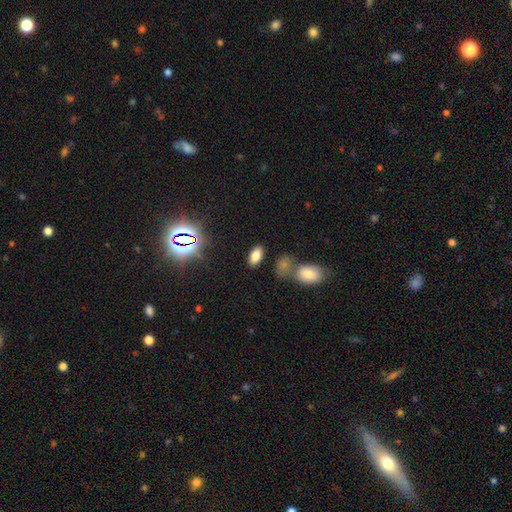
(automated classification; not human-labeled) Morphology: type=smooth (78%); roundness=in between (92%); merging=none (81%).